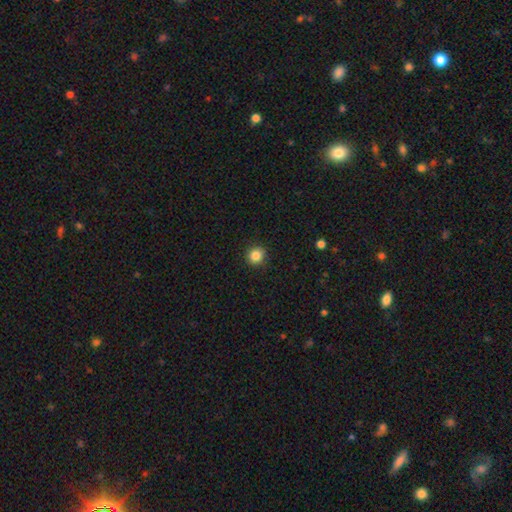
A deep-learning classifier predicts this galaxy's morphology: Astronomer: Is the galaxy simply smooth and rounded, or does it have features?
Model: smooth — 86%.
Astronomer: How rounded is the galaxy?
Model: round — 91%.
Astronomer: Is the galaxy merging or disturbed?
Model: none — 91%.